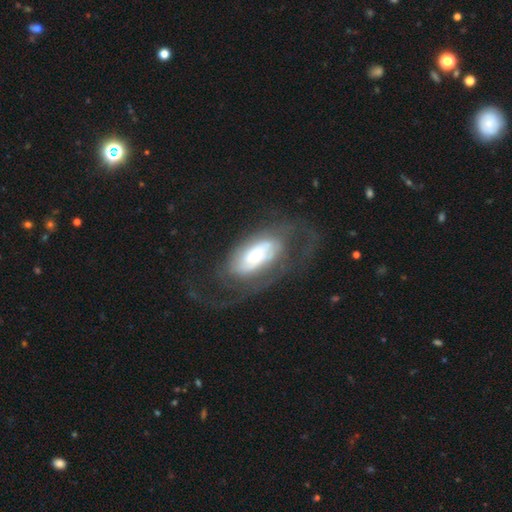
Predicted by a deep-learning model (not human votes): This is likely a featured or disk galaxy (68%). It is clearly not viewed edge-on (90%). Bar: likely no (69%). Spiral arm pattern: likely yes (72%). Central bulge: possibly small (47%). Merging: possibly none (50%).